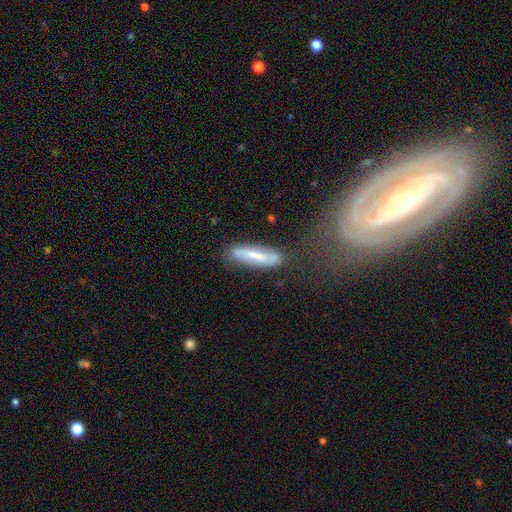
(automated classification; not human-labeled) Q: Smooth or featured?
A: featured or disk (49%); runner-up: smooth (44%)
Q: Merging?
A: none (72%); runner-up: minor disturbance (17%)